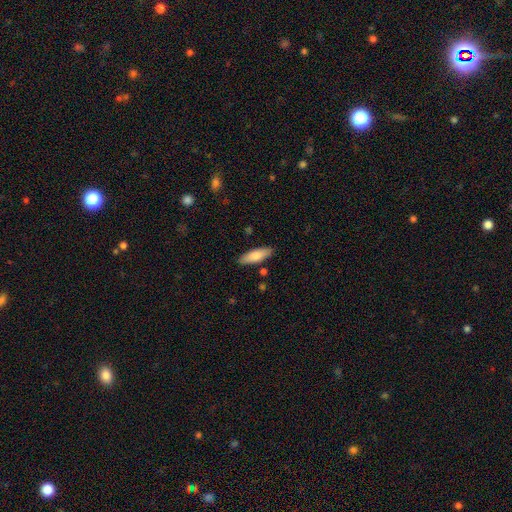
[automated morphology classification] Smooth or featured: smooth — 78% (featured or disk — 16%)
How rounded: in between — 57% (cigar-shaped — 41%)
Merging: none — 86% (minor disturbance — 9%)